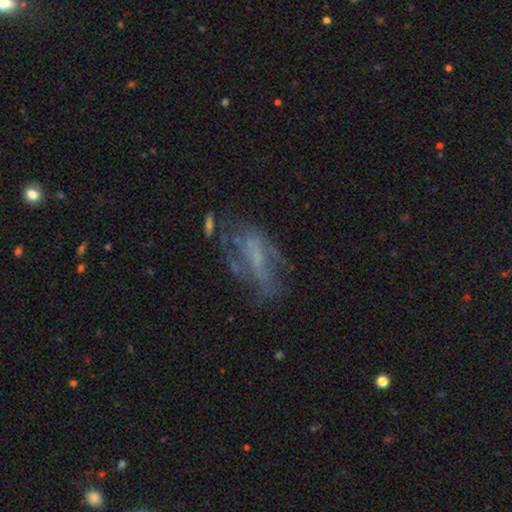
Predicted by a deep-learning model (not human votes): This appears to be a featured or disk galaxy (59%) with no bar (52%), no spiral arms (54%) and no central bulge (47%). Merging: none (47%).